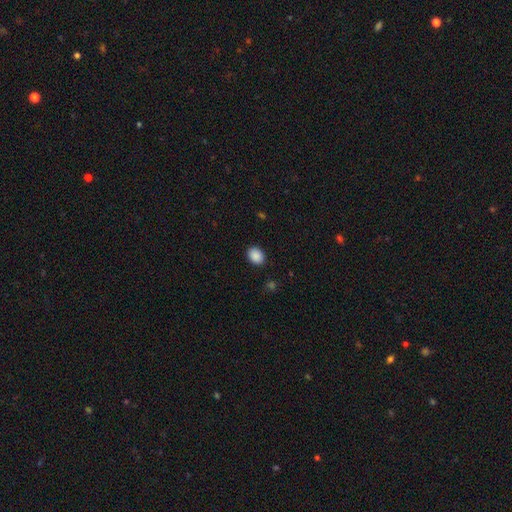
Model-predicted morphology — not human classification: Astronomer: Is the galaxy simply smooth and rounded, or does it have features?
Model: smooth — 90%.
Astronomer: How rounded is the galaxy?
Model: in between — 62%.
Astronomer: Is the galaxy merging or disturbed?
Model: none — 89%.